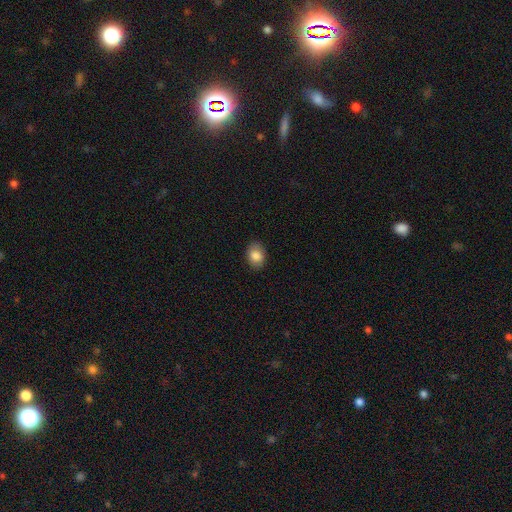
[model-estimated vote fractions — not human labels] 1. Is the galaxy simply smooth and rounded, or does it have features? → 85% smooth, 8% star or artifact, 7% featured or disk.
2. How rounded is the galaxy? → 67% in between, 32% round, 1% cigar-shaped.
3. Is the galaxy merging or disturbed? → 86% none, 11% minor disturbance, 2% major disturbance, 1% merger.